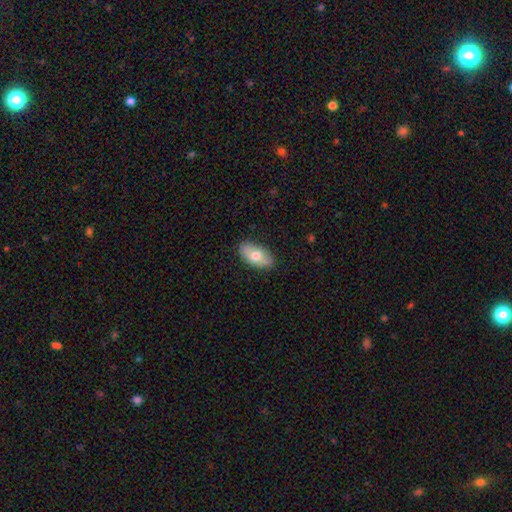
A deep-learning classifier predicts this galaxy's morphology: A smooth galaxy with no disk features (70%) that is in between round and cigar-shaped (93%). Merging: none (84%).